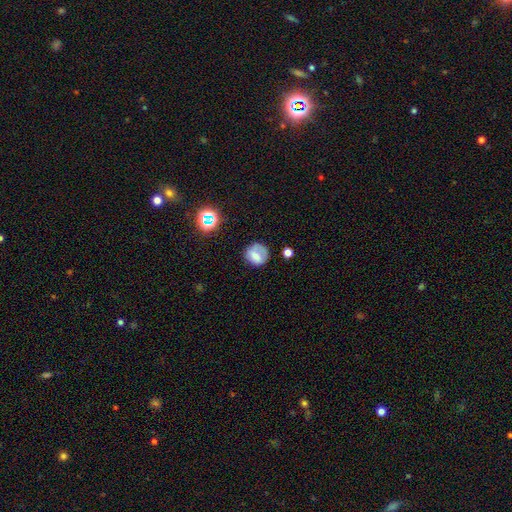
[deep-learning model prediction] This appears to be a smooth galaxy with no disk features (66%) that is round (79%). Merging: none (67%).